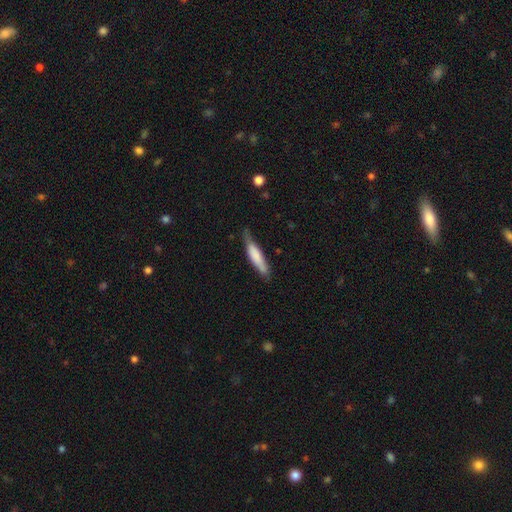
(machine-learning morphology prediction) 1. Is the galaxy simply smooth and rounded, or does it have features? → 72% smooth, 23% featured or disk, 6% star or artifact.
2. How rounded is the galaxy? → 79% cigar-shaped, 20% in between, 1% round.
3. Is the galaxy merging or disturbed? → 62% none, 29% minor disturbance, 6% major disturbance, 2% merger.